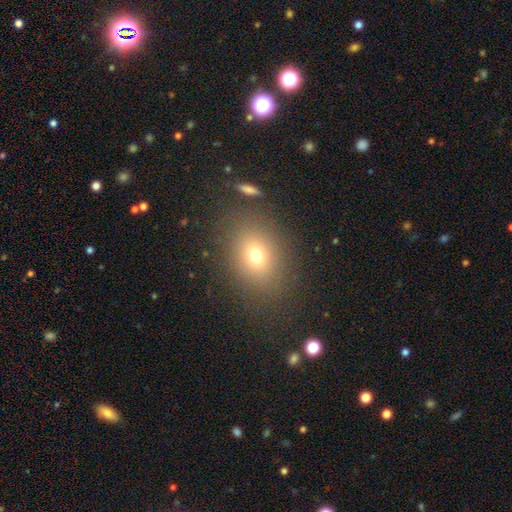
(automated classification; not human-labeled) Smooth or featured? smooth (71%)
How rounded? in between (57%)
Merging? none (82%)